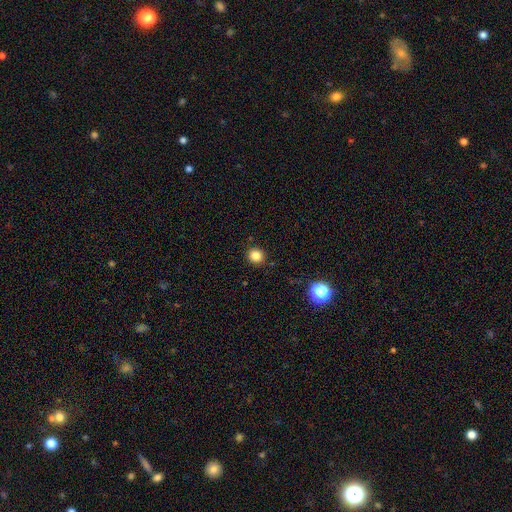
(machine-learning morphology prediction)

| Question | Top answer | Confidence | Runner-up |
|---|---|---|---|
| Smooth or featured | smooth | 83% | star or artifact (13%) |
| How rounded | round | 90% | in between (9%) |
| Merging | none | 91% | minor disturbance (6%) |